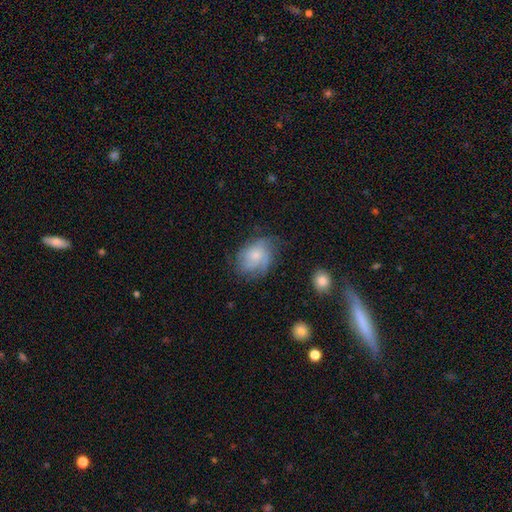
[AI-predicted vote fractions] The model was most divided on "smooth or featured": smooth: 48%, featured or disk: 44%, star or artifact: 9%. More confident: merging — none (55%).